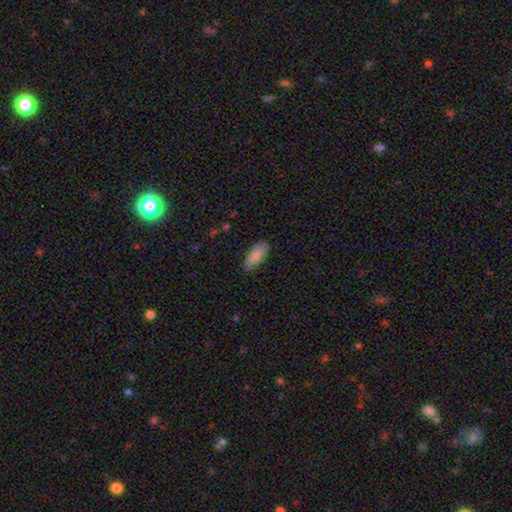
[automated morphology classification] A smooth galaxy with no disk features (85%) that is in between round and cigar-shaped (83%).

Vote fractions:
- Smooth or featured? smooth: 85% / featured or disk: 9% / star or artifact: 6%
- How rounded? in between: 83% / cigar-shaped: 15% / round: 2%
- Merging? none: 75% / minor disturbance: 21% / major disturbance: 3% / merger: 1%